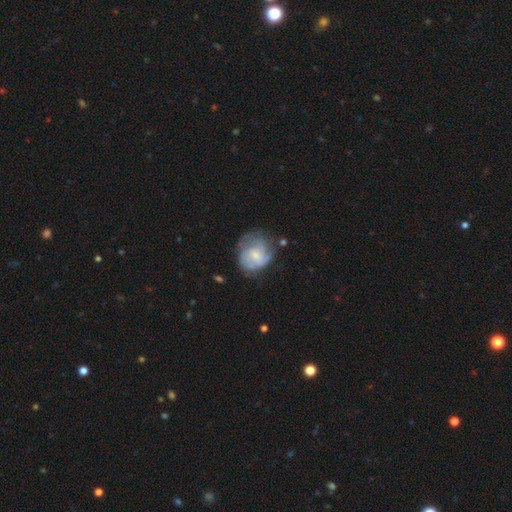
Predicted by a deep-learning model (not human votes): Morphology: type=featured or disk (58%); edge-on=no (98%); bar=no (64%); spiral arms=yes (73%); bulge=small (49%); merging=none (51%).